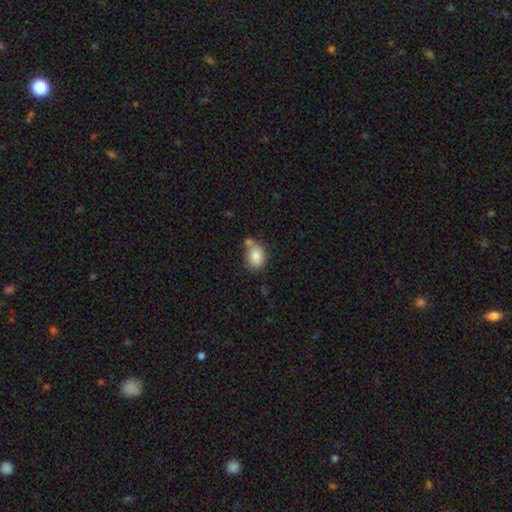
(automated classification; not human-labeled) A smooth galaxy with no disk features (83%) that is in between round and cigar-shaped (69%).

Vote fractions:
- Smooth or featured? smooth: 83% / featured or disk: 9% / star or artifact: 8%
- How rounded? in between: 69% / round: 30% / cigar-shaped: 1%
- Merging? none: 51% / merger: 24% / minor disturbance: 20% / major disturbance: 5%